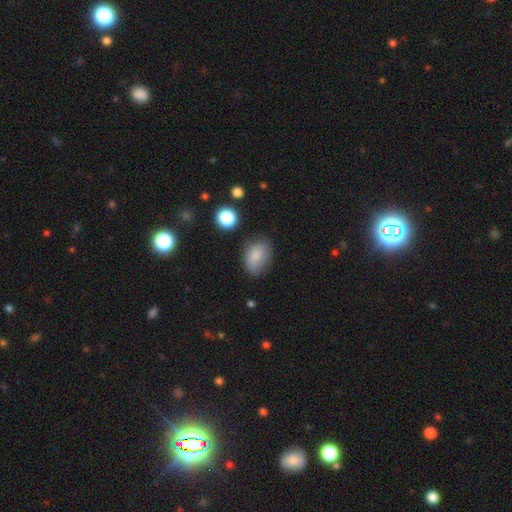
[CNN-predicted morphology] This is clearly a smooth galaxy (81%). How rounded: likely in between (79%). Merging: likely none (71%).